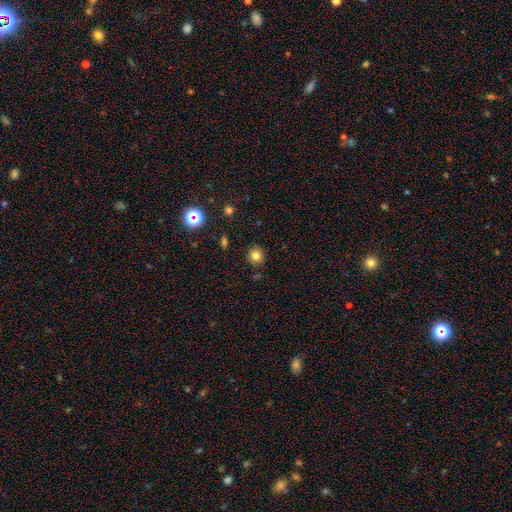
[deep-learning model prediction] smooth 79%, star or artifact 13%, featured or disk 8%. Down the decision tree: how rounded — round (79%); merging — none (84%).